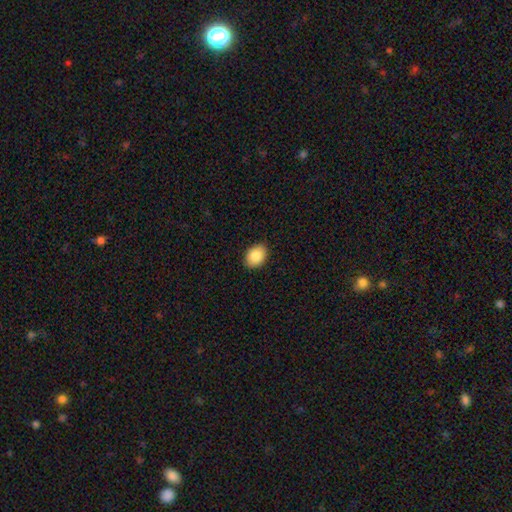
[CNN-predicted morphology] This is clearly a smooth galaxy (87%). How rounded: likely in between (68%). Merging: clearly none (86%).